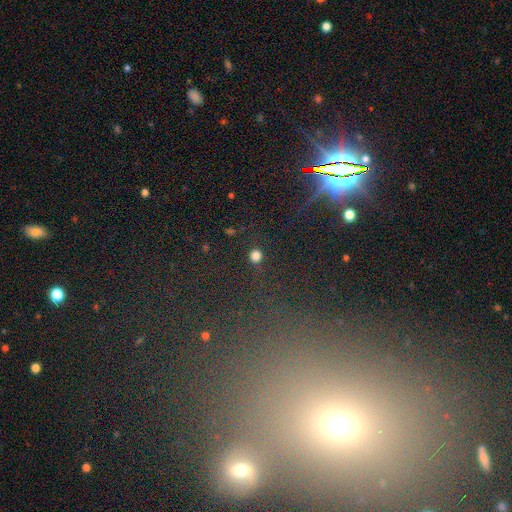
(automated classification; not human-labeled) A smooth galaxy with no disk features (79%) that is round (91%). Merging: none (89%).